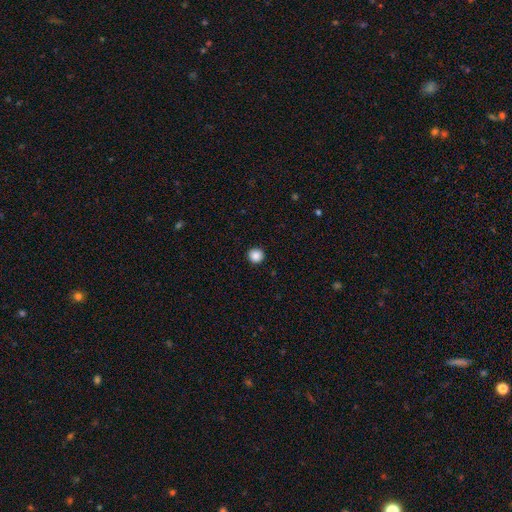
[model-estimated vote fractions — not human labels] Q: Smooth or featured?
A: smooth (88%); runner-up: star or artifact (10%)
Q: How rounded?
A: round (95%); runner-up: in between (4%)
Q: Merging?
A: none (93%); runner-up: minor disturbance (5%)